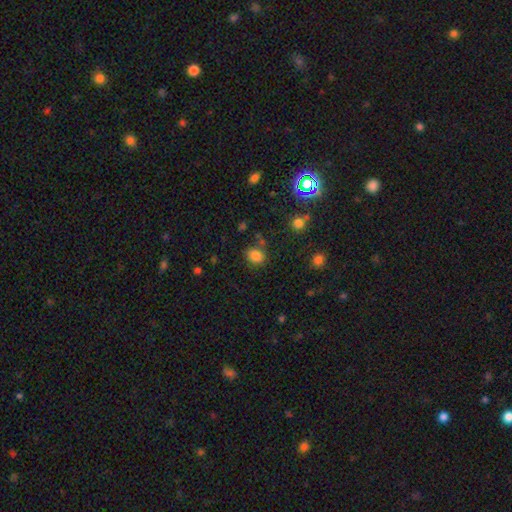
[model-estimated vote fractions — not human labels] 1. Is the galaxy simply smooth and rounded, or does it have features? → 81% smooth, 13% star or artifact, 6% featured or disk.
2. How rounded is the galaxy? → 51% in between, 48% round, 1% cigar-shaped.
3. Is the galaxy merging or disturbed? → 72% none, 16% minor disturbance, 7% merger, 5% major disturbance.